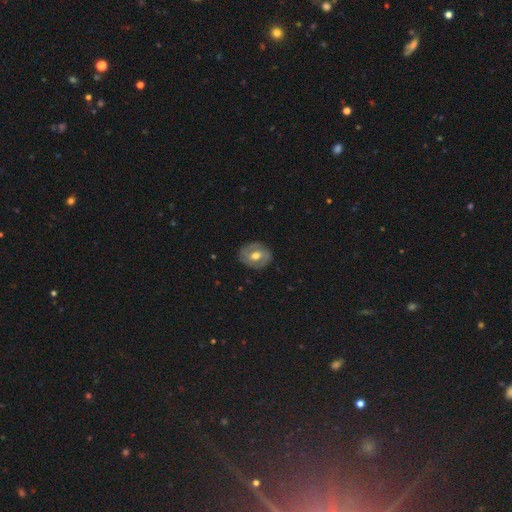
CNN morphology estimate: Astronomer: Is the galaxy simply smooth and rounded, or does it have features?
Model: featured or disk — 56% (runner-up: smooth, 38%).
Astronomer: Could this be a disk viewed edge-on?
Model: no — 96%.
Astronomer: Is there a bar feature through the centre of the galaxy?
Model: no — 46% (runner-up: weak, 39%).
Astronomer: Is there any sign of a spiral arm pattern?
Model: yes — 53% (runner-up: no, 47%).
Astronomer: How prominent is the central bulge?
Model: moderate — 73%.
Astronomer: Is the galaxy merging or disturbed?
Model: none — 82%.